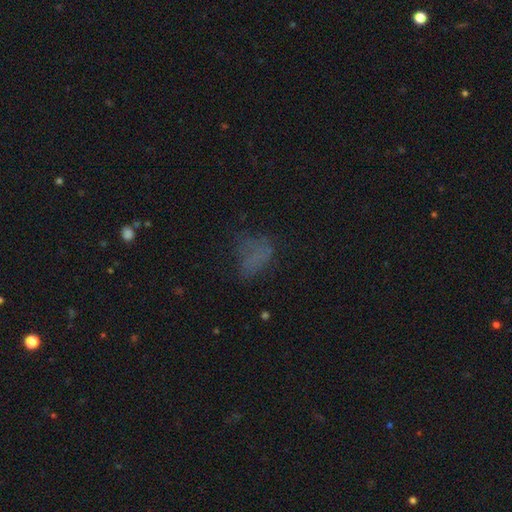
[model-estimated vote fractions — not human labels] Morphology: type=smooth (54%); roundness=in between (74%); merging=none (49%).